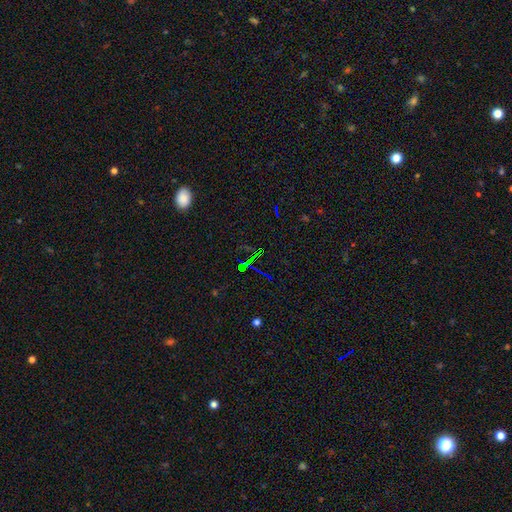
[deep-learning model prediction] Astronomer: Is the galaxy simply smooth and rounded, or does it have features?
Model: star or artifact — 74%.